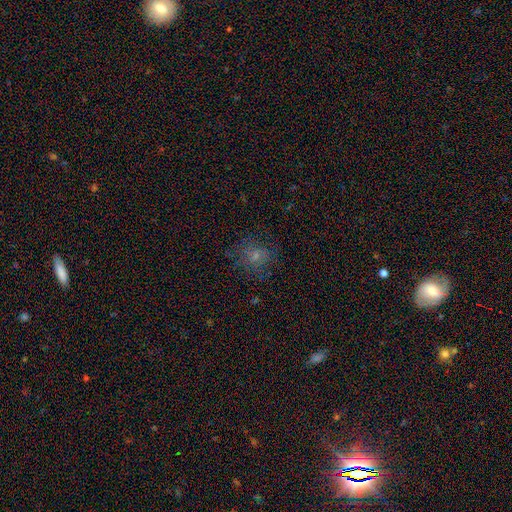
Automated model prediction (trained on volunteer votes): Morphology: type=smooth (59%); roundness=round (71%); merging=none (70%).